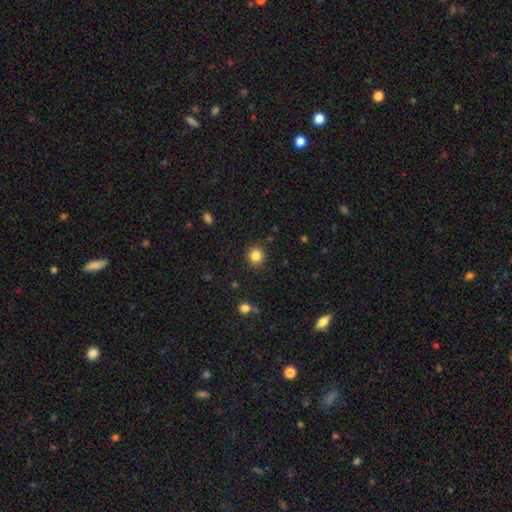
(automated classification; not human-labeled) Smooth or featured? Predicted: smooth (p=0.84). How rounded? Predicted: round (p=0.88). Merging? Predicted: none (p=0.90).